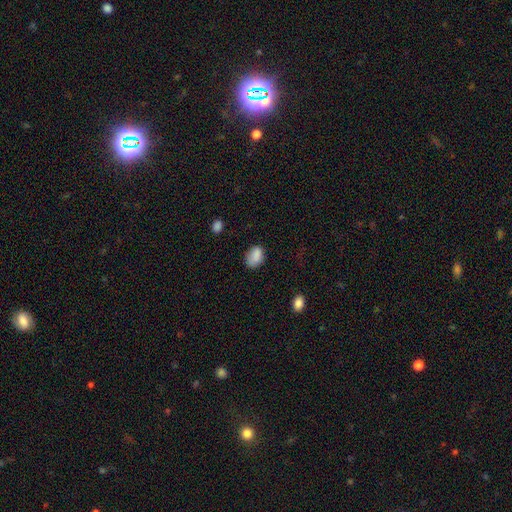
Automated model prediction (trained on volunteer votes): A smooth galaxy with no disk features (86%) that is in between round and cigar-shaped (77%). Merging: none (71%).